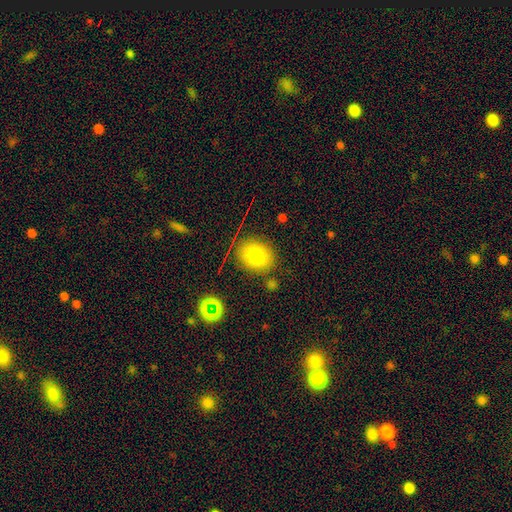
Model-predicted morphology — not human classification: A smooth galaxy with no disk features (77%) that is round (56%).

Vote fractions:
- Smooth or featured? smooth: 77% / star or artifact: 13% / featured or disk: 11%
- How rounded? round: 56% / in between: 42% / cigar-shaped: 1%
- Merging? none: 80% / minor disturbance: 12% / merger: 4% / major disturbance: 4%